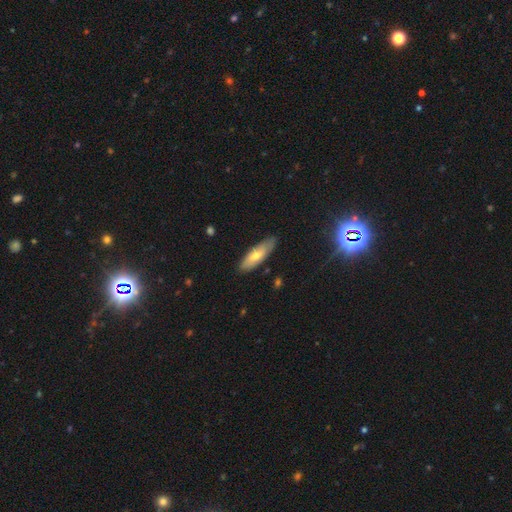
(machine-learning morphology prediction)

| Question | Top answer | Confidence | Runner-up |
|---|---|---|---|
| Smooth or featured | smooth | 64% | featured or disk (30%) |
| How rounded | in between | 53% | cigar-shaped (45%) |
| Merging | none | 83% | minor disturbance (13%) |